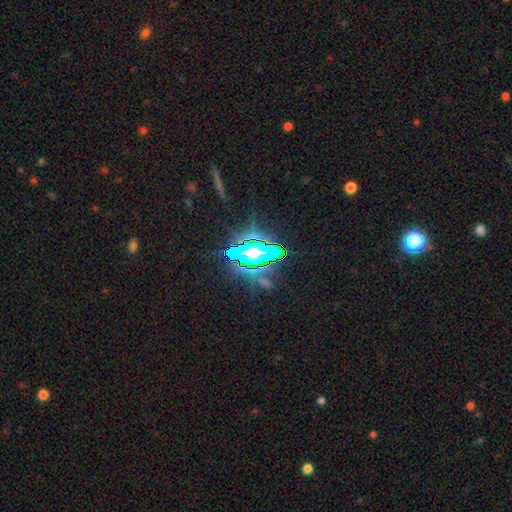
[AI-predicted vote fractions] star or artifact 80%, smooth 11%, featured or disk 9%.